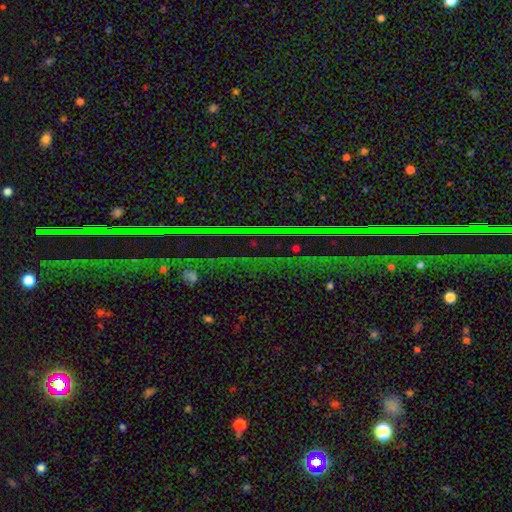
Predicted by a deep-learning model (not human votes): Smooth or featured? star or artifact (83%)